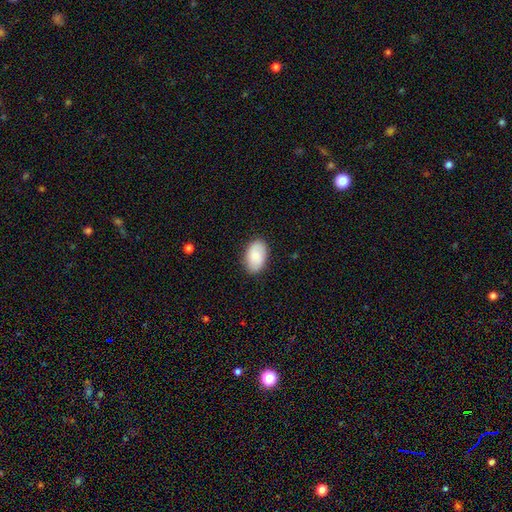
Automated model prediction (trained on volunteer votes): A smooth galaxy with no disk features (84%) that is in between round and cigar-shaped (93%).

Vote fractions:
- Smooth or featured? smooth: 84% / featured or disk: 10% / star or artifact: 6%
- How rounded? in between: 93% / round: 6% / cigar-shaped: 1%
- Merging? none: 86% / minor disturbance: 11% / major disturbance: 2% / merger: 1%